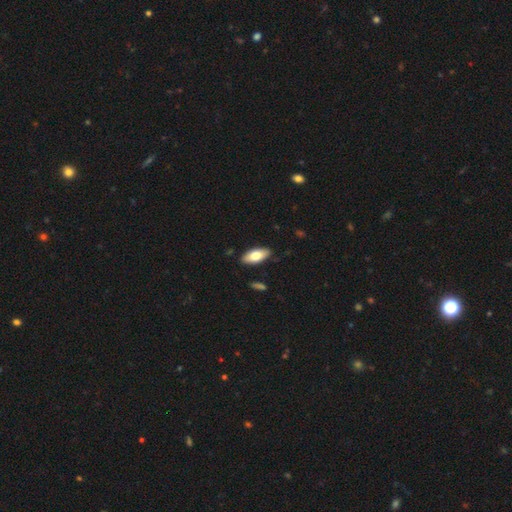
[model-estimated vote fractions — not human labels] smooth_or_featured: smooth (p=0.74) [alt: featured or disk p=0.20]
how_rounded: in between (p=0.88) [alt: cigar-shaped p=0.10]
merging: none (p=0.88) [alt: minor disturbance p=0.09]